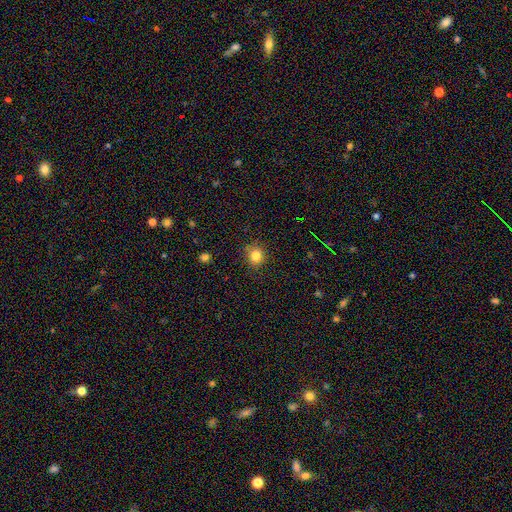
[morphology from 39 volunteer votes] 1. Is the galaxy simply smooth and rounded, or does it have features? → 85% smooth, 8% featured or disk, 8% star or artifact.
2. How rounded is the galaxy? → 76% round, 21% in between, 3% cigar-shaped.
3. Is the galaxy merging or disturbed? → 72% none, 22% minor disturbance, 3% major disturbance, 3% merger.